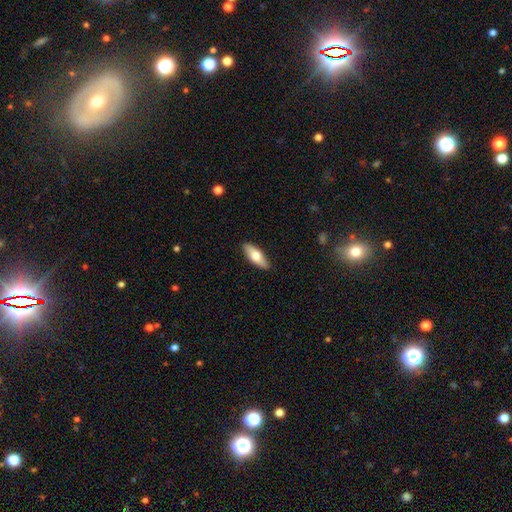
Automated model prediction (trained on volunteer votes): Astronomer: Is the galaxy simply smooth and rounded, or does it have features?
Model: smooth — 68%.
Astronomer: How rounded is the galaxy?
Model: in between — 69%.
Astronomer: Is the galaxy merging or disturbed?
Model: none — 87%.